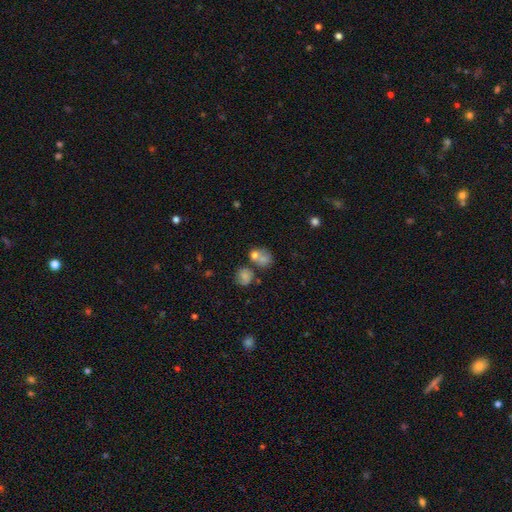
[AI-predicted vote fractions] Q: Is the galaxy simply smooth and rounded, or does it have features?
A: smooth — 67%.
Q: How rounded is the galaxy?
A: round — 58%.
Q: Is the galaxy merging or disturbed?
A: merger — 52%.